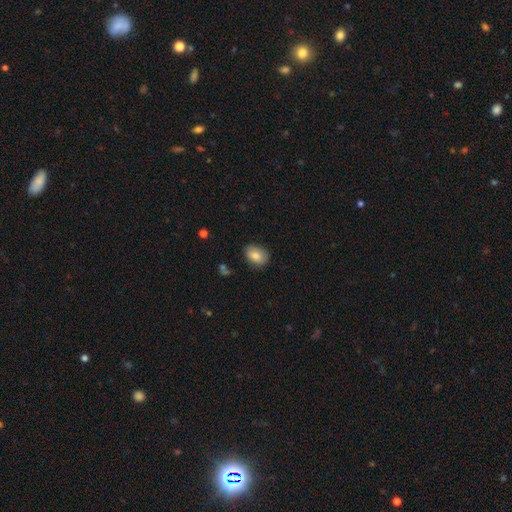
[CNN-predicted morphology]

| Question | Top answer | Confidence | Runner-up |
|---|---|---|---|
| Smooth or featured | smooth | 83% | featured or disk (10%) |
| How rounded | in between | 81% | round (18%) |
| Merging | none | 82% | minor disturbance (14%) |